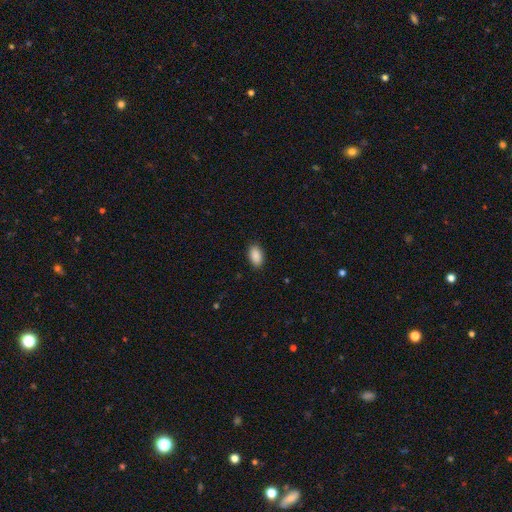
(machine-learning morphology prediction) A smooth galaxy with no disk features (90%) that is in between round and cigar-shaped (94%).

Vote fractions:
- Smooth or featured? smooth: 90% / star or artifact: 7% / featured or disk: 3%
- How rounded? in between: 94% / round: 5% / cigar-shaped: 2%
- Merging? none: 88% / minor disturbance: 9% / major disturbance: 2% / merger: 1%